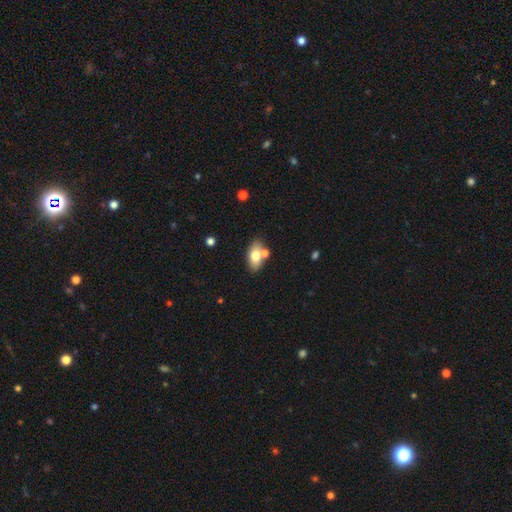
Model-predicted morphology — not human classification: This is likely a smooth galaxy (73%). How rounded: clearly in between (89%). Merging: likely none (65%).